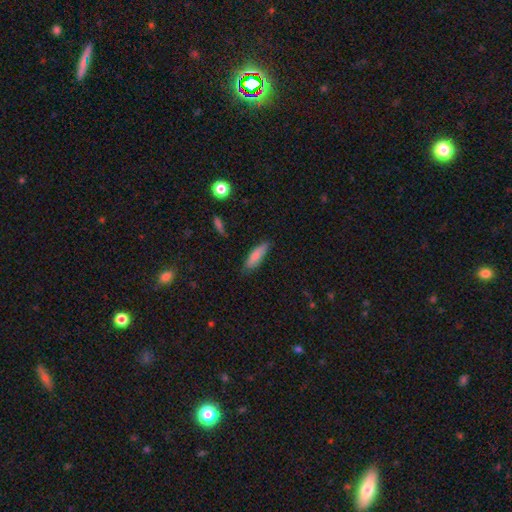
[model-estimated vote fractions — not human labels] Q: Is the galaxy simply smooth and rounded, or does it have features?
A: smooth — 82%.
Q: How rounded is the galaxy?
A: cigar-shaped — 49%, tied with in between.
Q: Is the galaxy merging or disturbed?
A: none — 76%.